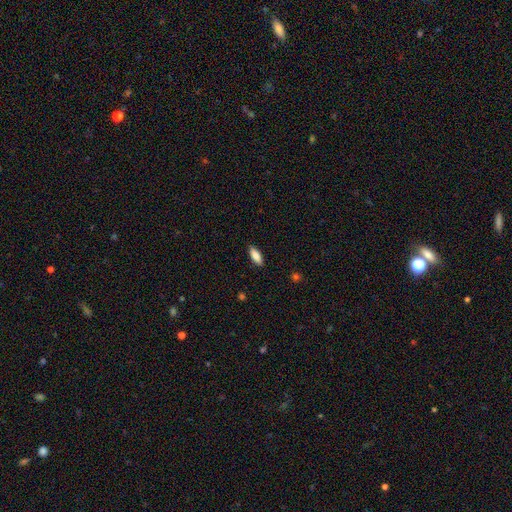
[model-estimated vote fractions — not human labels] smooth_or_featured: smooth (p=0.82) [alt: featured or disk p=0.11]
how_rounded: in between (p=0.66) [alt: cigar-shaped p=0.32]
merging: none (p=0.89) [alt: minor disturbance p=0.08]